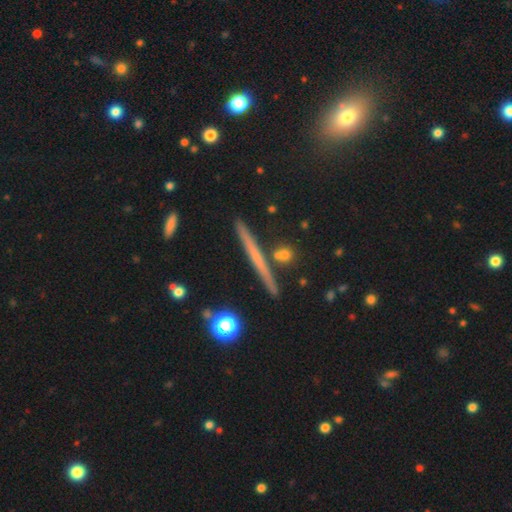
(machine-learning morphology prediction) Smooth or featured: featured or disk — 54% (smooth — 37%)
Edge-on disk: yes — 97% (no — 3%)
Edge-on bulge: none — 82% (rounded — 14%)
Merging: none — 88% (minor disturbance — 7%)